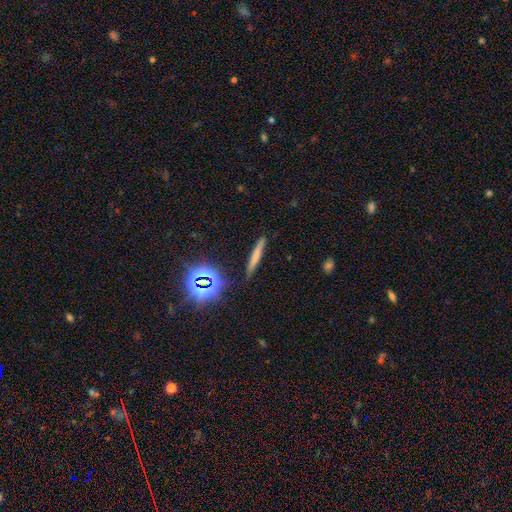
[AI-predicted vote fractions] This appears to be a smooth galaxy with no disk features (61%) that is cigar-shaped (92%). Merging: none (83%).